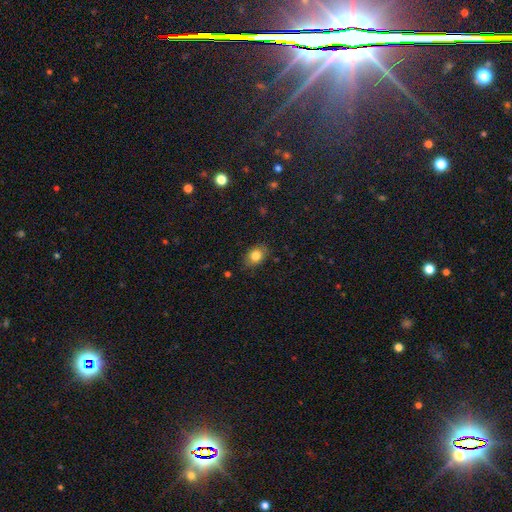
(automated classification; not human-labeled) smooth_or_featured: smooth (p=0.82) [alt: star or artifact p=0.10]
how_rounded: in between (p=0.66) [alt: round p=0.33]
merging: none (p=0.81) [alt: minor disturbance p=0.14]